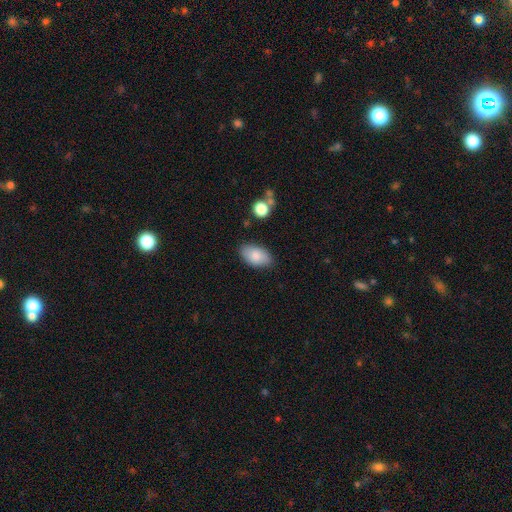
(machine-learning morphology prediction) A smooth galaxy with no disk features (84%) that is in between round and cigar-shaped (93%). Merging: none (82%).